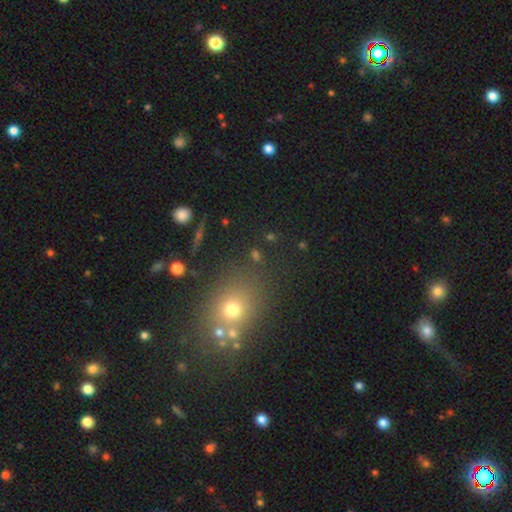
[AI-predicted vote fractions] Smooth or featured: smooth — 58% (star or artifact — 29%)
How rounded: round — 60% (in between — 36%)
Merging: none — 74% (minor disturbance — 11%)